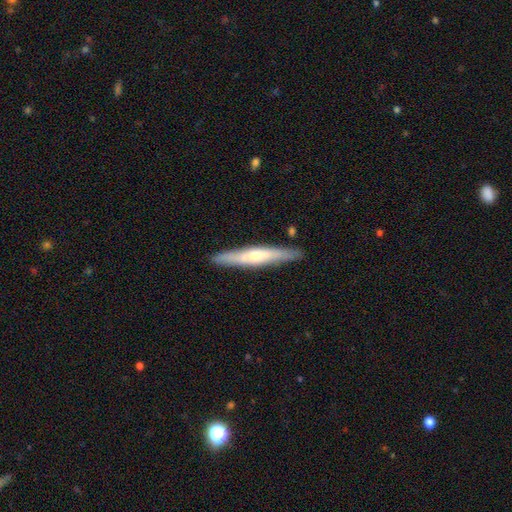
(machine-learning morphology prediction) A featured or disk galaxy (59%) viewed edge-on (93%) with a rounded central bulge (76%).

Vote fractions:
- Smooth or featured? featured or disk: 59% / smooth: 35% / star or artifact: 6%
- Edge-on disk? yes: 93% / no: 7%
- Edge-on bulge? rounded: 76% / none: 19% / boxy: 5%
- Merging? none: 90% / minor disturbance: 8% / major disturbance: 1% / merger: 1%